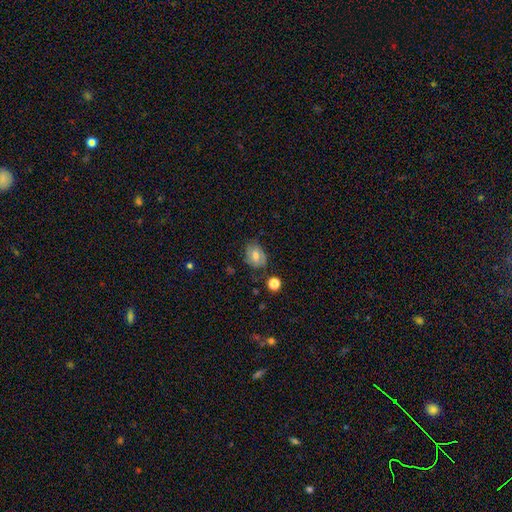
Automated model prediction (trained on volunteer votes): This appears to be a smooth galaxy with no disk features (51%) that is in between round and cigar-shaped (59%). Merging: none (67%).